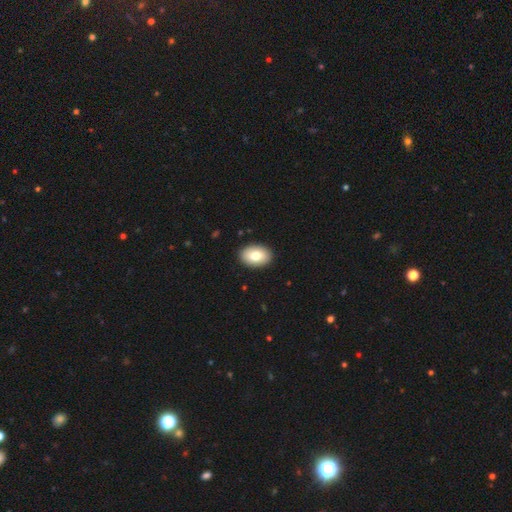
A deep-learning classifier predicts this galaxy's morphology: smooth 78%, featured or disk 15%, star or artifact 7%. Down the decision tree: how rounded — in between (85%); merging — none (91%).